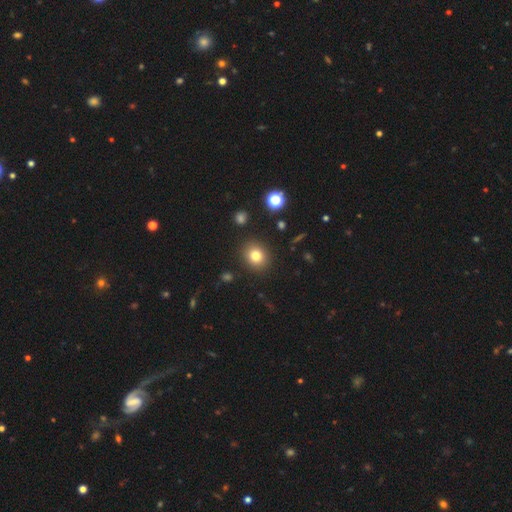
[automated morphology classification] Smooth or featured? Predicted: smooth (p=0.79). How rounded? Predicted: round (p=0.74). Merging? Predicted: none (p=0.89).